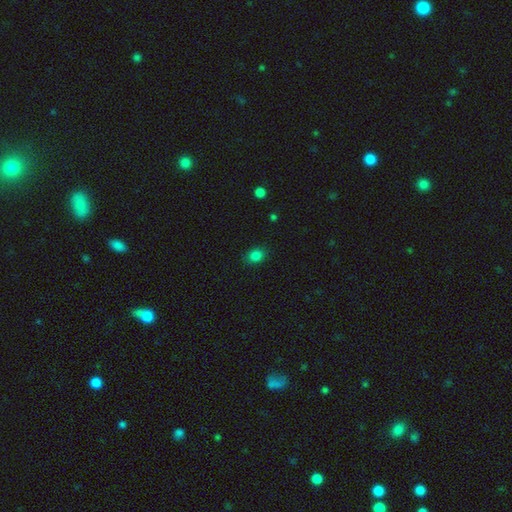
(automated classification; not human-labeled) Smooth or featured? Predicted: smooth (p=0.82). How rounded? Predicted: in between (p=0.53). Merging? Predicted: none (p=0.86).